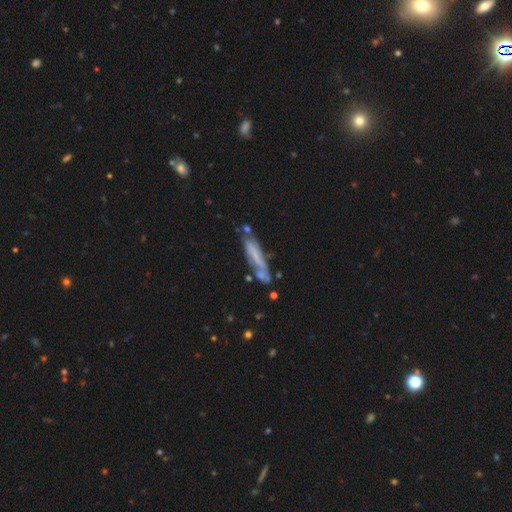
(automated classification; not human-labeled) Q: Smooth or featured?
A: smooth (48%); runner-up: featured or disk (43%)
Q: Merging?
A: none (53%); runner-up: minor disturbance (23%)